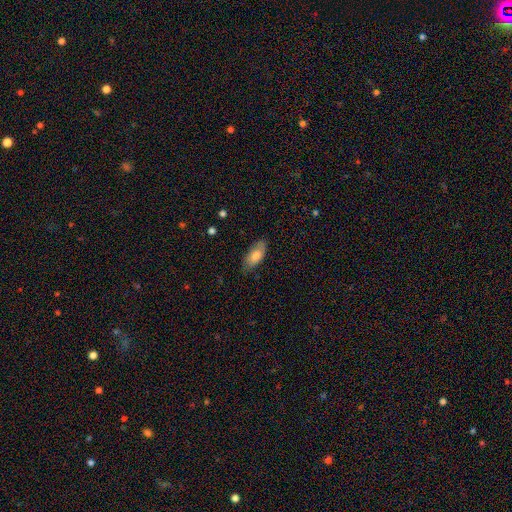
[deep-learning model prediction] Smooth or featured? Predicted: smooth (p=0.74). How rounded? Predicted: in between (p=0.87). Merging? Predicted: none (p=0.77).